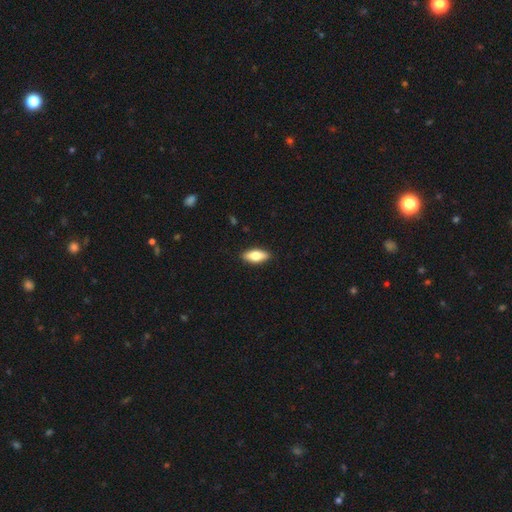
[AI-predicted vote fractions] smooth_or_featured: smooth (p=0.73) [alt: featured or disk p=0.21]
how_rounded: in between (p=0.82) [alt: cigar-shaped p=0.16]
merging: none (p=0.90) [alt: minor disturbance p=0.08]